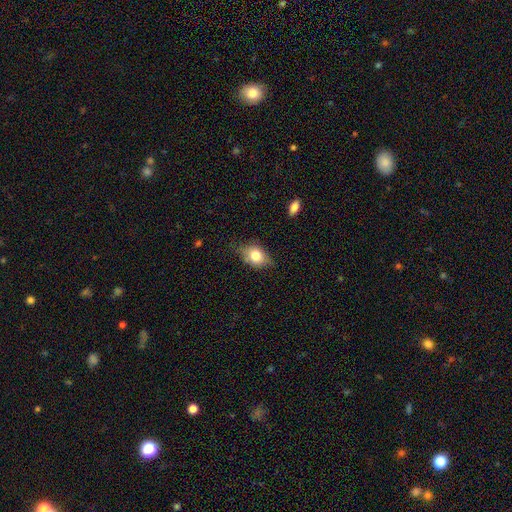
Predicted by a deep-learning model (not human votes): smooth_or_featured: smooth (p=0.72) [alt: featured or disk p=0.19]
how_rounded: in between (p=0.69) [alt: round p=0.28]
merging: none (p=0.65) [alt: minor disturbance p=0.27]